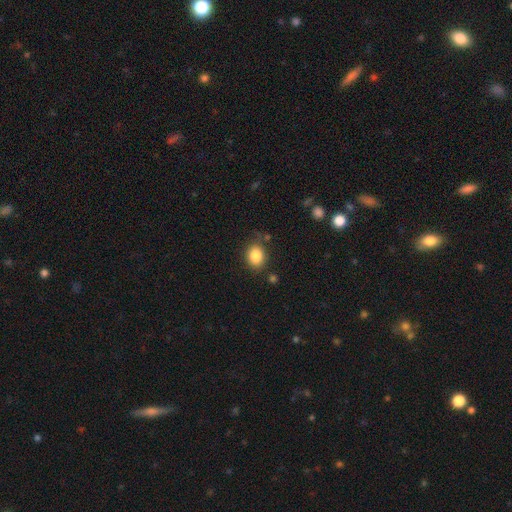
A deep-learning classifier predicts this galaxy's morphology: Q: Smooth or featured?
A: smooth (86%); runner-up: star or artifact (9%)
Q: How rounded?
A: in between (52%); runner-up: round (47%)
Q: Merging?
A: none (78%); runner-up: minor disturbance (14%)